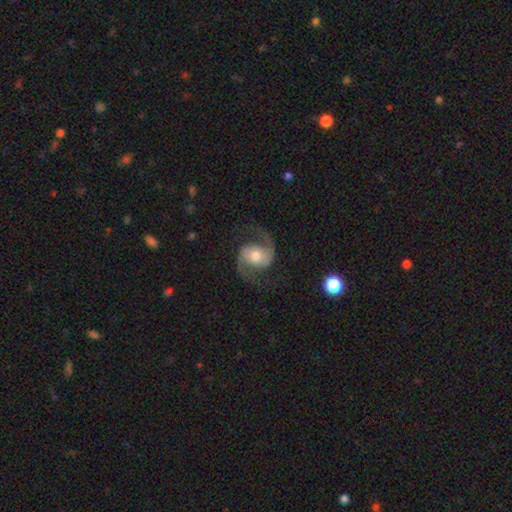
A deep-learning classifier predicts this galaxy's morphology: A featured or disk galaxy (87%) with no bar (53%), 2 (94%) medium (49%) spiral arms (97%) and a moderate central bulge (63%).

Vote fractions:
- Smooth or featured? featured or disk: 87% / smooth: 7% / star or artifact: 5%
- Edge-on disk? no: 98% / yes: 2%
- Bar? no: 53% / weak: 33% / strong: 14%
- Spiral arms? yes: 97% / no: 3%
- Spiral winding? medium: 49% / loose: 42% / tight: 9%
- Spiral arm count? 2: 94% / can't tell: 2% / 1: 1% / 3: 1% / 4: 1% / more than 4: 1%
- Bulge size? moderate: 63% / small: 23% / large: 10% / none: 2% / dominant: 2%
- Merging? none: 78% / minor disturbance: 12% / major disturbance: 9% / merger: 1%